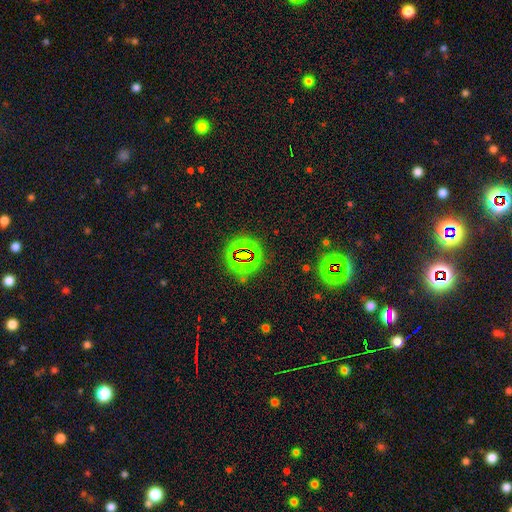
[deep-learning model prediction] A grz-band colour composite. It shows a star or artifact, not a galaxy (71%).